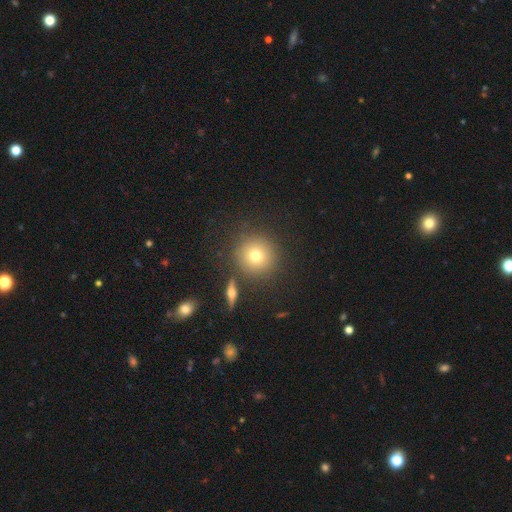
This appears to be a smooth galaxy with no disk features (75%) that is round (100%). Merging: none (89%).